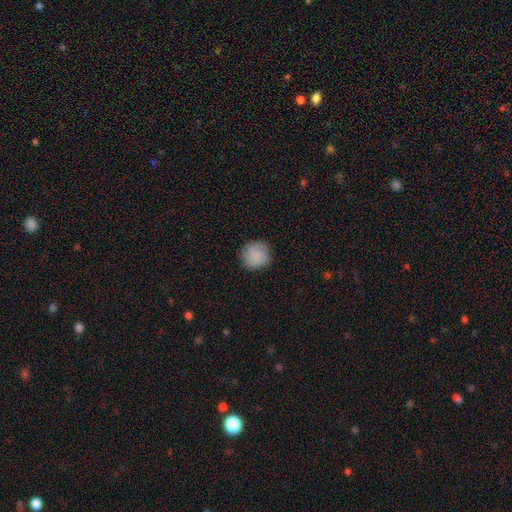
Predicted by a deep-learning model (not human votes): Smooth or featured?
  - smooth: 88% *
  - star or artifact: 7%
  - featured or disk: 5%
How rounded?
  - round: 93% *
  - in between: 6%
  - cigar-shaped: 1%
Merging?
  - none: 86% *
  - minor disturbance: 10%
  - major disturbance: 3%
  - merger: 1%